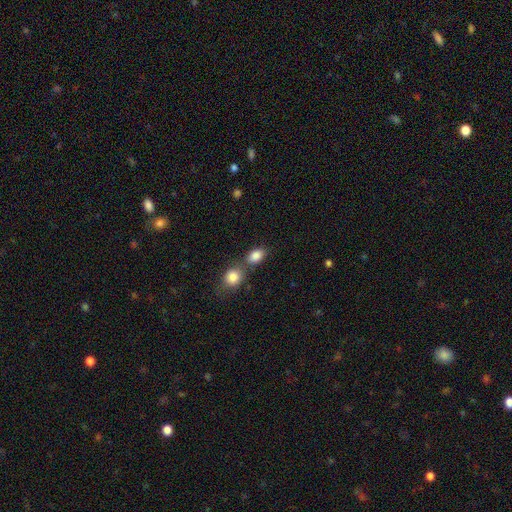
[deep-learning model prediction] A smooth galaxy with no disk features (86%) that is in between round and cigar-shaped (76%). Merging: none (52%).